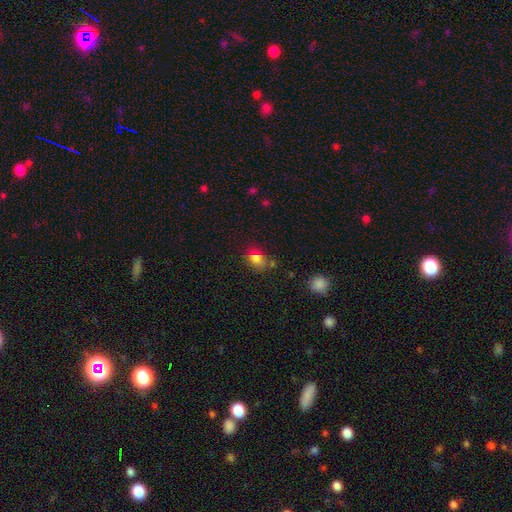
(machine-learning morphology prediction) Overall: smooth (75%). How rounded: in between (61%; round 37%). Merging: none (66%).